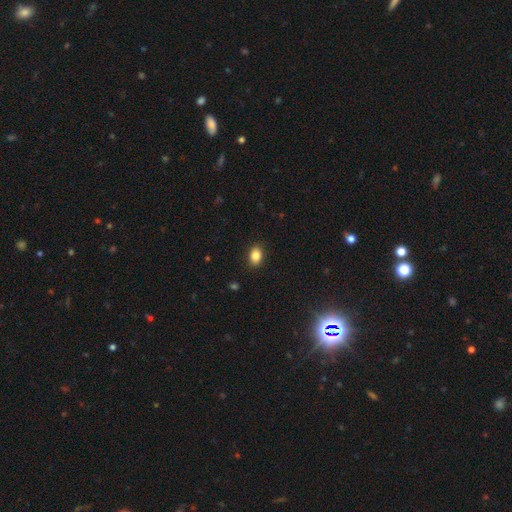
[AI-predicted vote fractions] smooth-or-featured: smooth: 84% | star or artifact: 9% | featured or disk: 7%
  how-rounded: in between: 79% | round: 19% | cigar-shaped: 1%
  merging: none: 89% | minor disturbance: 8% | major disturbance: 2% | merger: 1%